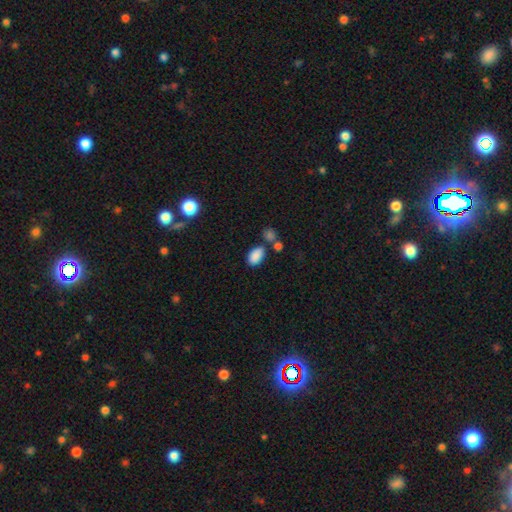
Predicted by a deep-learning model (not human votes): A smooth galaxy with no disk features (87%) that is in between round and cigar-shaped (93%). Merging: none (65%).